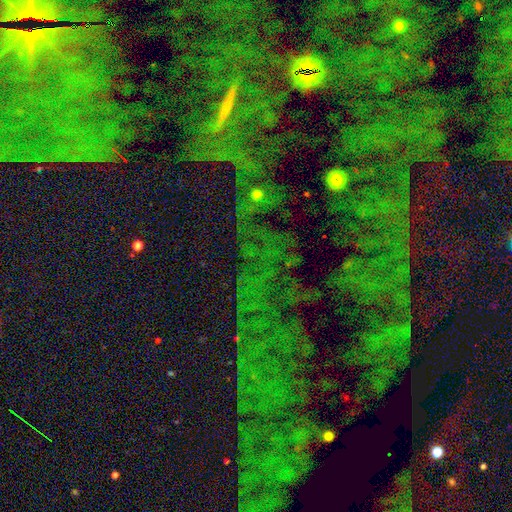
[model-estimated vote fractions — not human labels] Morphology: type=star or artifact (82%).